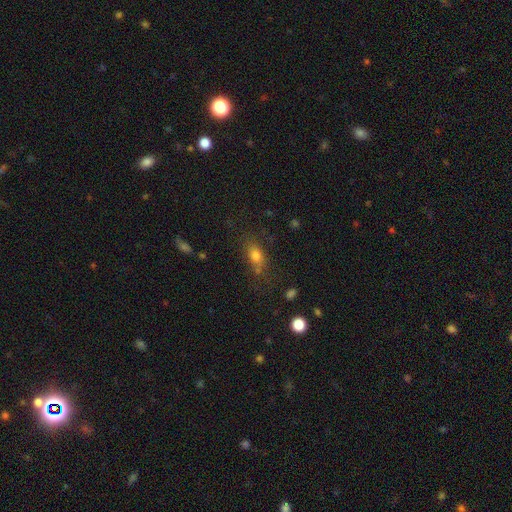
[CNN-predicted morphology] smooth 75%, star or artifact 13%, featured or disk 12%. Down the decision tree: how rounded — in between (72%); merging — none (66%).